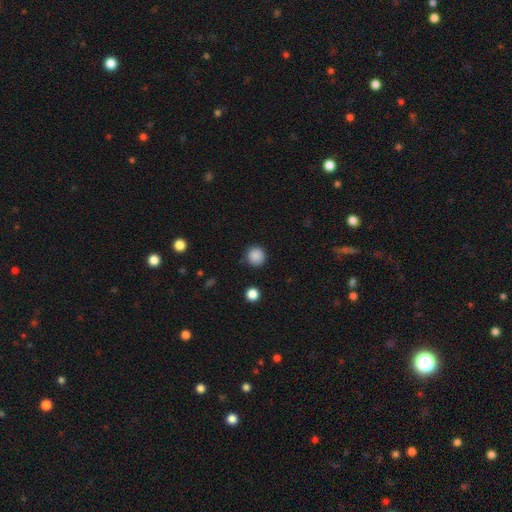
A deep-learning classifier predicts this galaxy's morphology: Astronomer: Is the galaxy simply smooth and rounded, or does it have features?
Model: smooth — 88%.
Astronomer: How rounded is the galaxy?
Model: round — 94%.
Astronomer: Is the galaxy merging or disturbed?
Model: none — 88%.